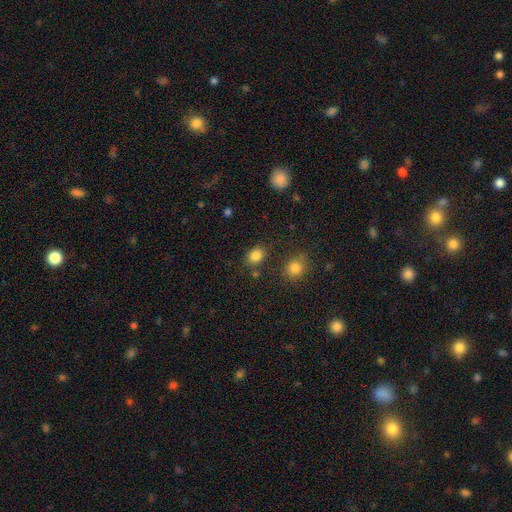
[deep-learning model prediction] Smooth or featured?
  - smooth: 84% *
  - star or artifact: 11%
  - featured or disk: 5%
How rounded?
  - in between: 59% *
  - round: 40%
  - cigar-shaped: 1%
Merging?
  - none: 77% *
  - minor disturbance: 13%
  - merger: 6%
  - major disturbance: 4%